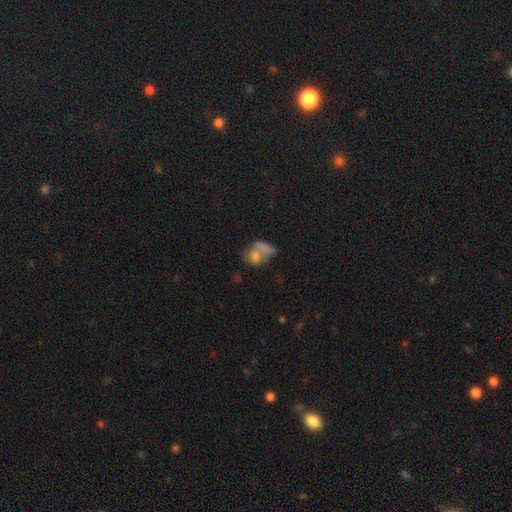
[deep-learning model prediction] Smooth or featured? smooth (39%)
Merging? none (36%)